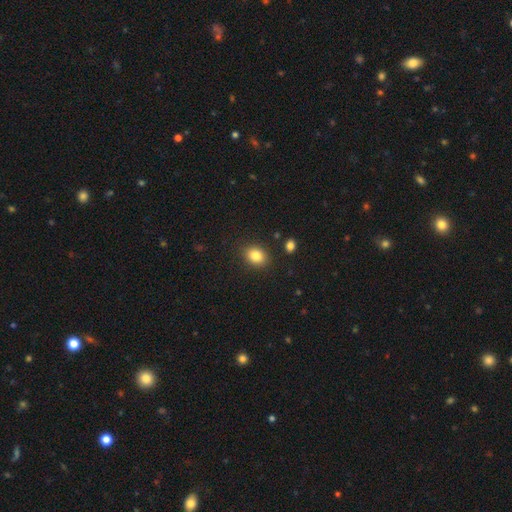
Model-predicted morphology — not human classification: A smooth galaxy with no disk features (84%) that is in between round and cigar-shaped (60%).

Vote fractions:
- Smooth or featured? smooth: 84% / star or artifact: 10% / featured or disk: 6%
- How rounded? in between: 60% / round: 38% / cigar-shaped: 1%
- Merging? none: 86% / minor disturbance: 9% / major disturbance: 3% / merger: 2%